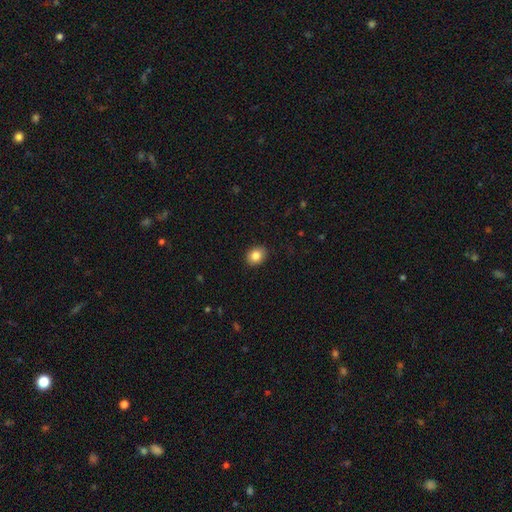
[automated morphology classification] smooth_or_featured: smooth (p=0.85) [alt: star or artifact p=0.09]
how_rounded: round (p=0.54) [alt: in between p=0.45]
merging: none (p=0.90) [alt: minor disturbance p=0.08]